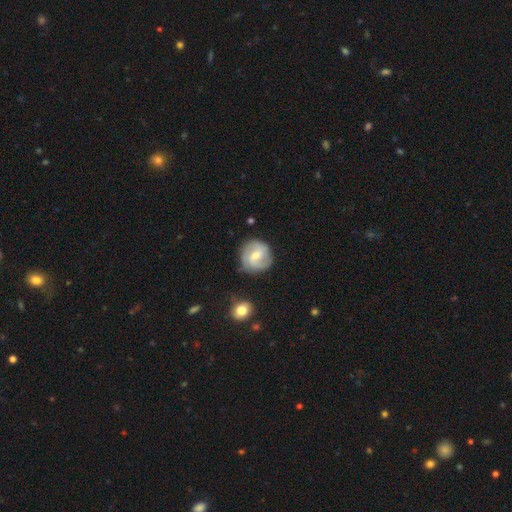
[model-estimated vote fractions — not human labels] A featured or disk galaxy (62%) with a weak bar (53%), 2 (67%) medium (43%) spiral arms (87%) and a moderate central bulge (49%).

Vote fractions:
- Smooth or featured? featured or disk: 62% / smooth: 32% / star or artifact: 6%
- Edge-on disk? no: 97% / yes: 3%
- Bar? weak: 53% / no: 33% / strong: 14%
- Spiral arms? yes: 87% / no: 13%
- Spiral winding? medium: 43% / tight: 39% / loose: 18%
- Spiral arm count? 2: 67% / can't tell: 17% / 3: 9% / 1: 3% / 4: 2% / more than 4: 2%
- Bulge size? moderate: 49% / small: 46% / large: 2% / none: 2% / dominant: 1%
- Merging? none: 73% / minor disturbance: 18% / major disturbance: 6% / merger: 3%